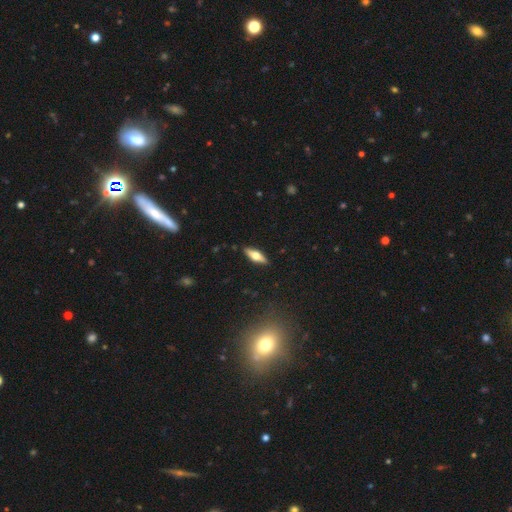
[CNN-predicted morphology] The model was most divided on "smooth or featured": smooth: 49%, featured or disk: 45%, star or artifact: 6%. More confident: merging — none (89%).